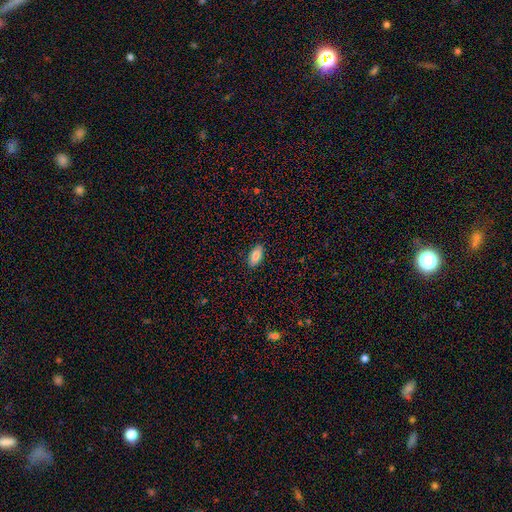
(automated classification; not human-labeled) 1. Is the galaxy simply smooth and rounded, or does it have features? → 85% smooth, 7% featured or disk, 7% star or artifact.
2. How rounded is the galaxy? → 92% in between, 6% cigar-shaped, 2% round.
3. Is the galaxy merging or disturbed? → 88% none, 9% minor disturbance, 2% major disturbance, 1% merger.